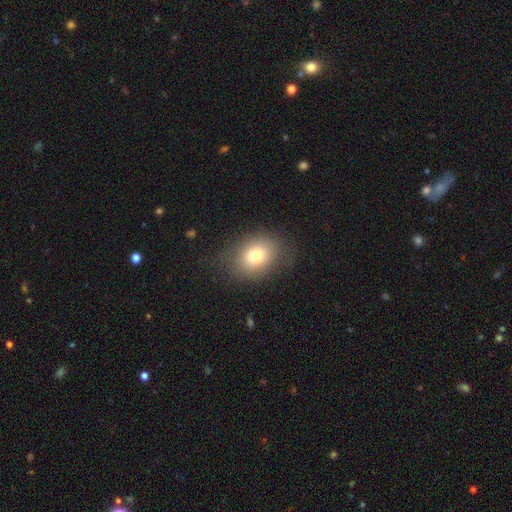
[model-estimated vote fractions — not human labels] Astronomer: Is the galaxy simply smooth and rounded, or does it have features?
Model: smooth — 77%.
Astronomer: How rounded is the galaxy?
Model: in between — 59% (runner-up: round, 40%).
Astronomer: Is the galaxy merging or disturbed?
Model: none — 75%.